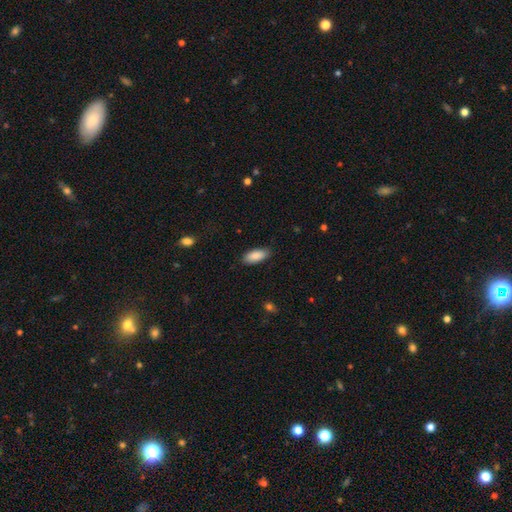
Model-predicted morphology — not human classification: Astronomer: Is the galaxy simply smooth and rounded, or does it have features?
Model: smooth — 88%.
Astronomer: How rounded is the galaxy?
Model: in between — 84%.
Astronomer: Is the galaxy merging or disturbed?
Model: none — 85%.